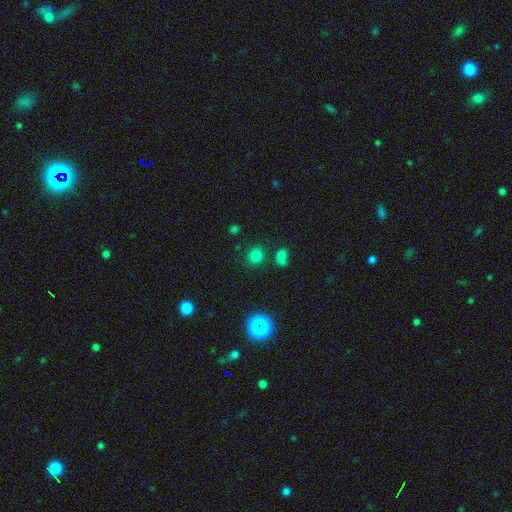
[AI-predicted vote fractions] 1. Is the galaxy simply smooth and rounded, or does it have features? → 77% smooth, 17% star or artifact, 5% featured or disk.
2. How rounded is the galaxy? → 82% round, 17% in between, 1% cigar-shaped.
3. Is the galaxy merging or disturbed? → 81% none, 9% minor disturbance, 7% merger, 3% major disturbance.